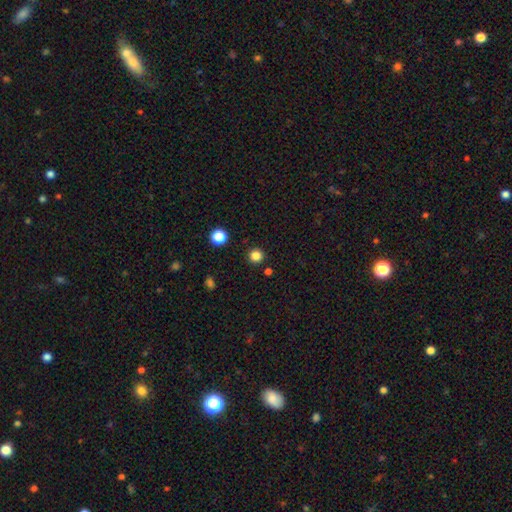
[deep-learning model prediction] This is clearly a smooth galaxy (83%). How rounded: clearly round (95%). Merging: clearly none (91%).